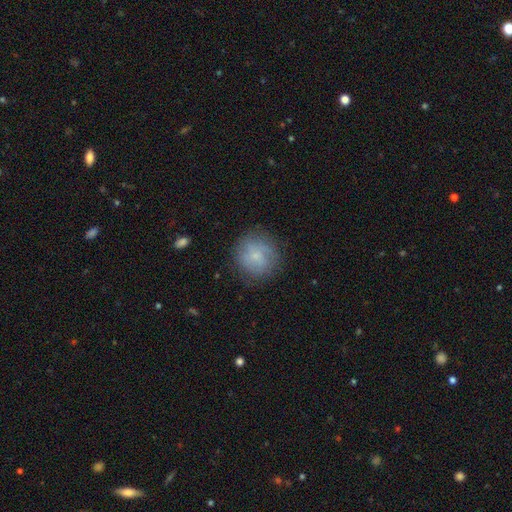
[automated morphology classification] smooth-or-featured: smooth: 64% | featured or disk: 27% | star or artifact: 9%
  how-rounded: round: 92% | in between: 7% | cigar-shaped: 1%
  merging: none: 79% | minor disturbance: 14% | major disturbance: 5% | merger: 1%